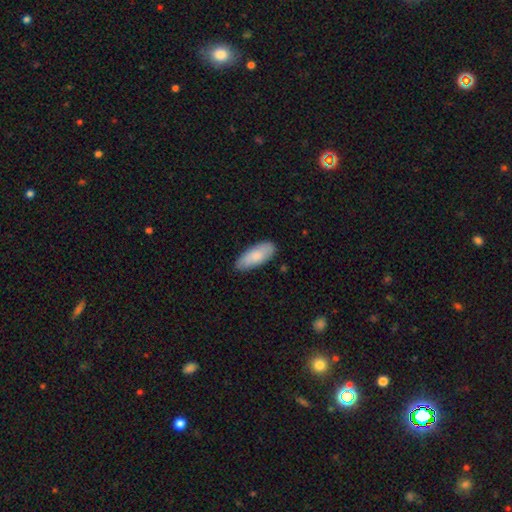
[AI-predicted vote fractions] This appears to be a smooth galaxy with no disk features (82%) that is in between round and cigar-shaped (82%). Merging: none (83%).